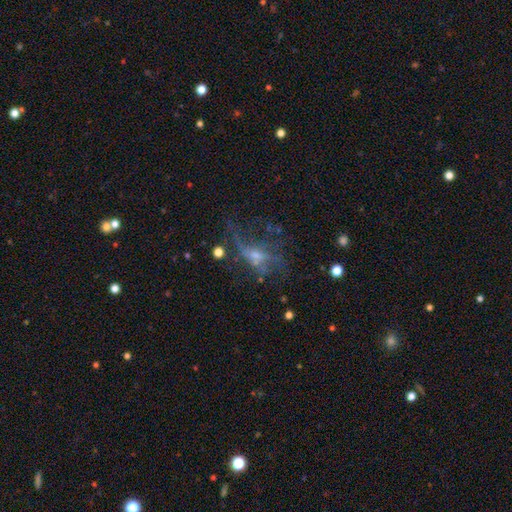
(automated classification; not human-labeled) Smooth or featured? Predicted: featured or disk (p=0.60). Edge-on disk? Predicted: no (p=0.92). Bar? Predicted: no (p=0.70). Spiral arms? Predicted: yes (p=0.52). Bulge size? Predicted: small (p=0.57). Merging? Predicted: none (p=0.40).